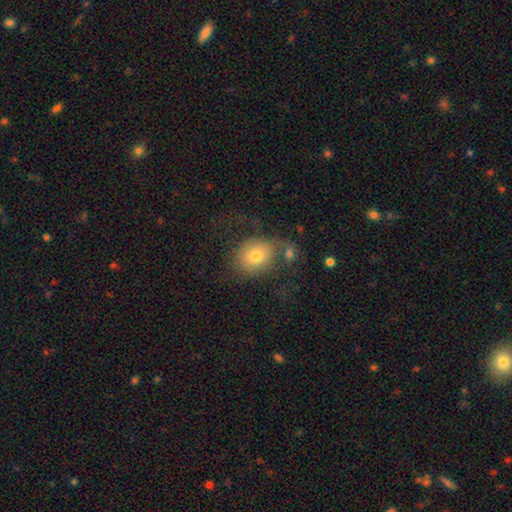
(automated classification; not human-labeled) smooth 72%, featured or disk 19%, star or artifact 10%. Down the decision tree: how rounded — round (59%); merging — none (46%).